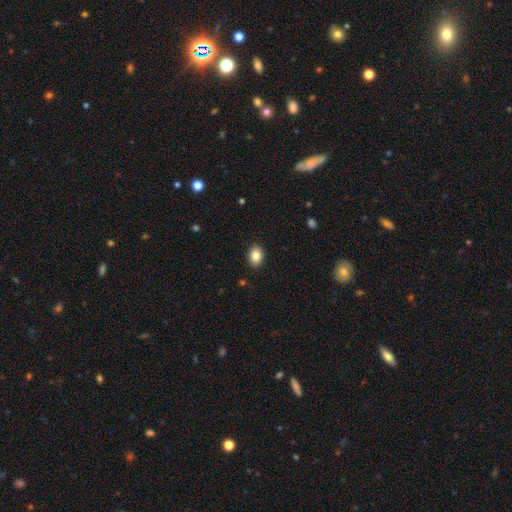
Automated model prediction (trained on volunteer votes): A smooth galaxy with no disk features (85%) that is in between round and cigar-shaped (76%). Merging: none (90%).